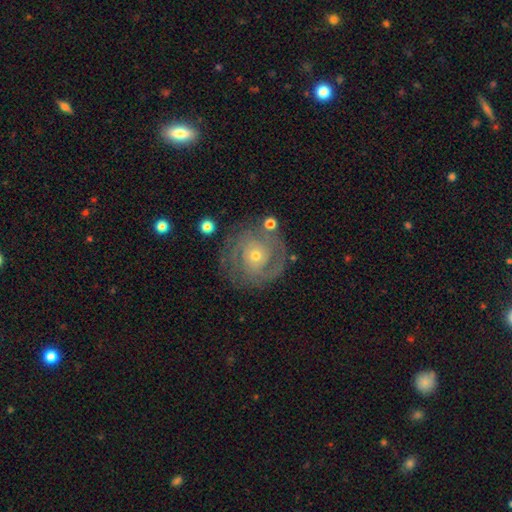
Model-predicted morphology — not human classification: A featured or disk galaxy (77%) with no bar (80%), tight (71%) spiral arms (86%) and a small central bulge (63%). Merging: none (76%).